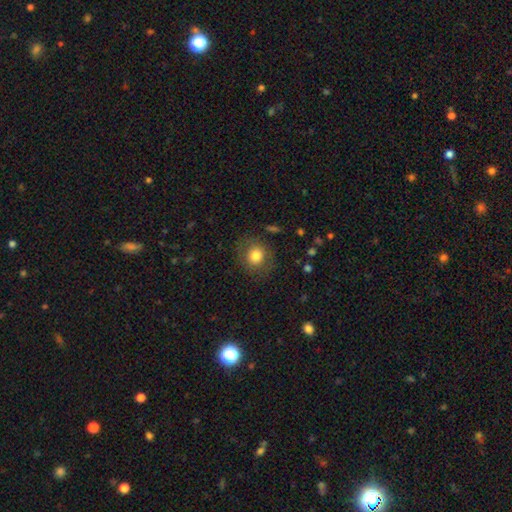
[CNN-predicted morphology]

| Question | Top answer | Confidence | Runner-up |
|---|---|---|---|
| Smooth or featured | smooth | 77% | featured or disk (14%) |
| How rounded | round | 82% | in between (17%) |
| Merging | none | 83% | minor disturbance (11%) |